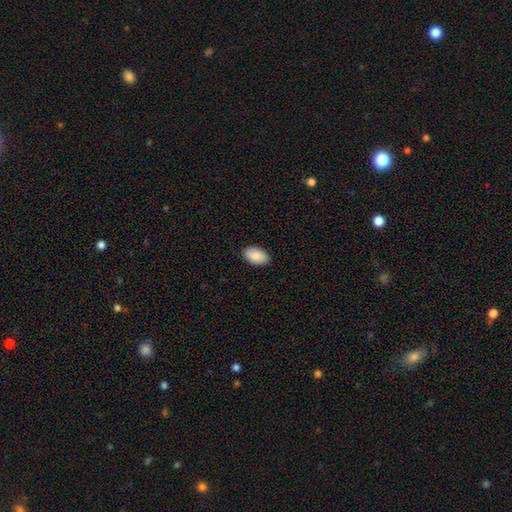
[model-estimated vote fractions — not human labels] Q: Smooth or featured?
A: smooth (90%); runner-up: star or artifact (6%)
Q: How rounded?
A: in between (95%); runner-up: round (3%)
Q: Merging?
A: none (89%); runner-up: minor disturbance (8%)